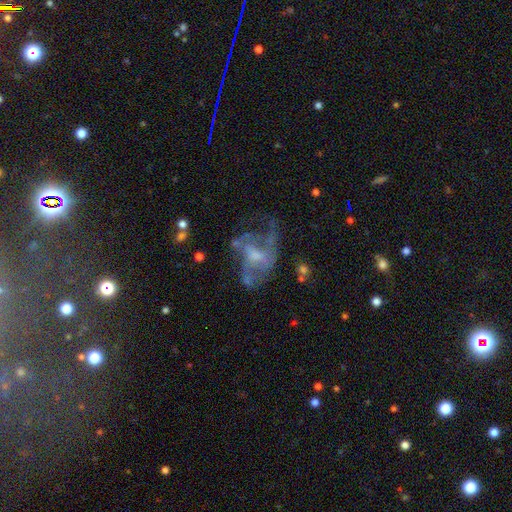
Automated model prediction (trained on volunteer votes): Morphology: type=featured or disk (69%); edge-on=no (97%); bar=no (56%); spiral arms=yes (54%); bulge=moderate (39%); merging=major disturbance (44%).